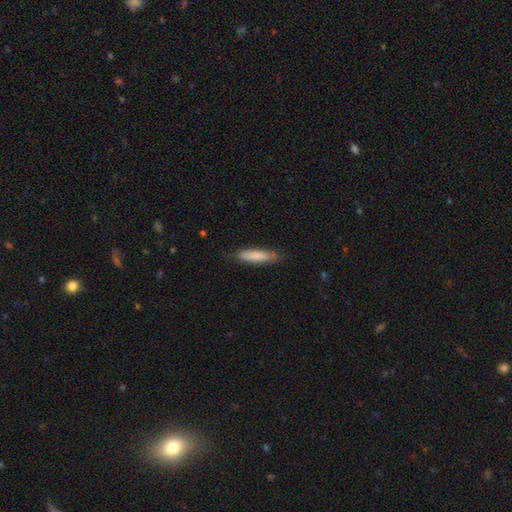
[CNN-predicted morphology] The model was most divided on "how rounded": cigar-shaped: 75%, in between: 24%, round: 1%. More confident: smooth or featured — smooth (81%); merging — none (77%).